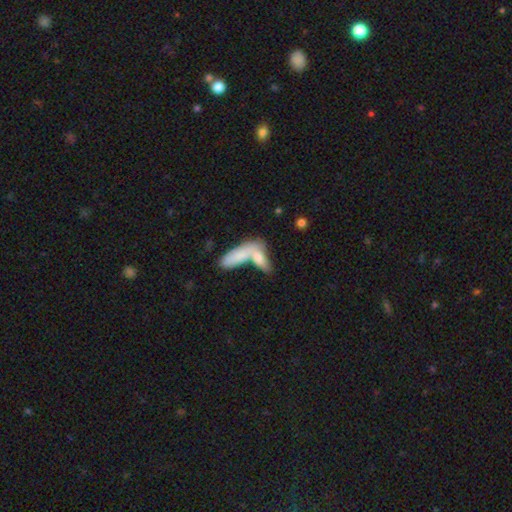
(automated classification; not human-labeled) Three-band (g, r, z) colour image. It shows a smooth galaxy with no disk features (77%) that is in between round and cigar-shaped (65%). Merging: merger (60%).